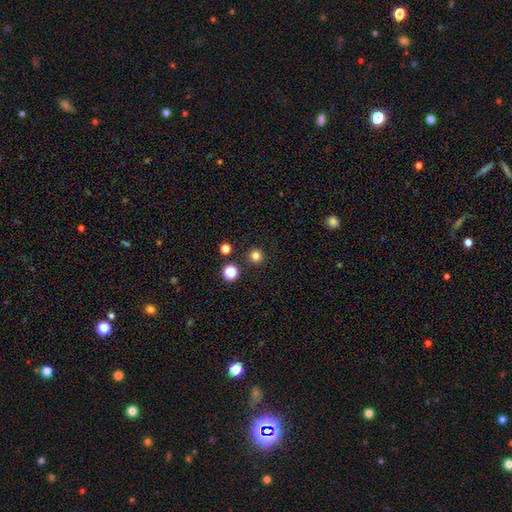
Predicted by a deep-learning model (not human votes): Morphology: type=smooth (81%); roundness=round (96%); merging=none (91%).